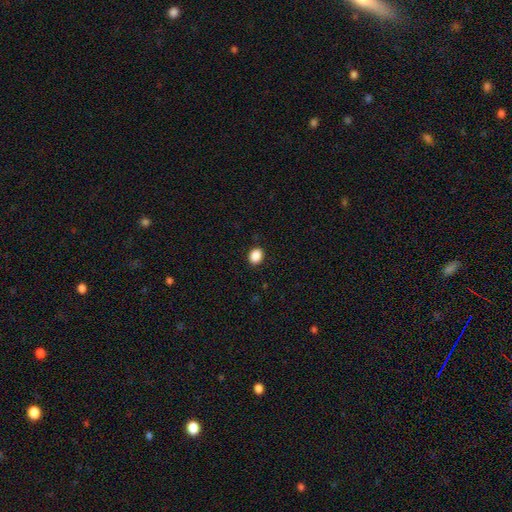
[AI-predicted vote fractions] A smooth galaxy with no disk features (89%) that is round (54%). Merging: none (90%).